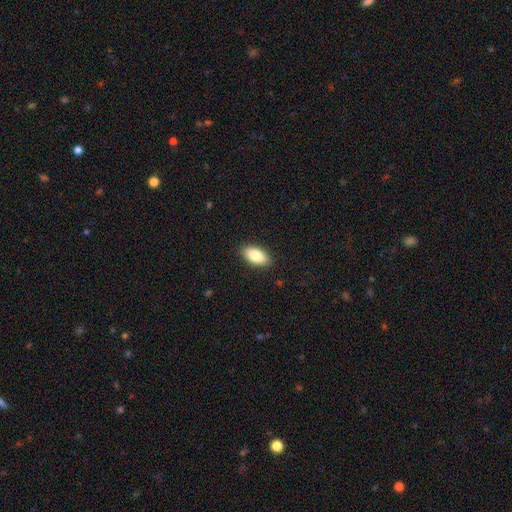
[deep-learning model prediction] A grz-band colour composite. It shows a smooth galaxy with no disk features (84%) that is in between round and cigar-shaped (92%). Merging: none (88%).